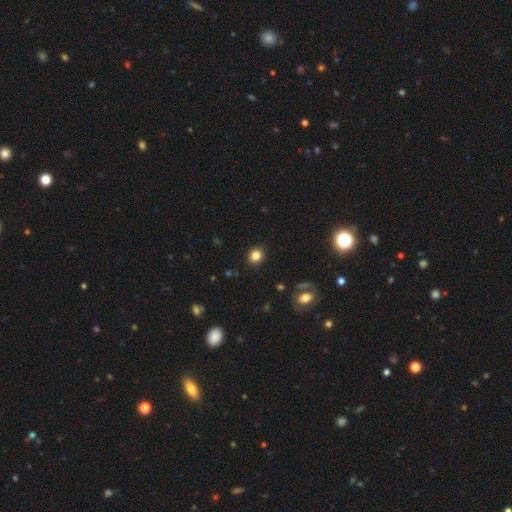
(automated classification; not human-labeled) Smooth or featured?
  - smooth: 82% *
  - star or artifact: 12%
  - featured or disk: 6%
How rounded?
  - round: 79% *
  - in between: 20%
  - cigar-shaped: 1%
Merging?
  - none: 90% *
  - minor disturbance: 7%
  - major disturbance: 2%
  - merger: 1%